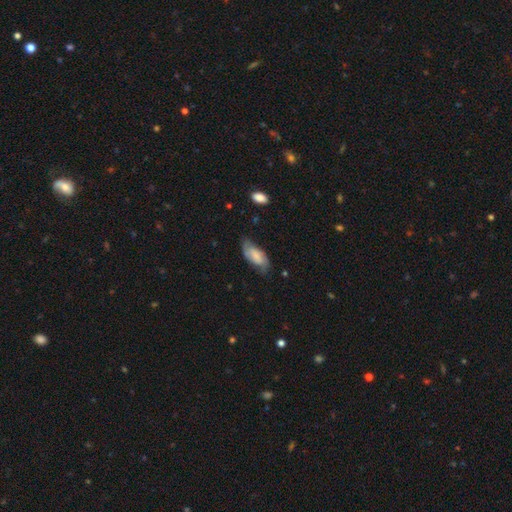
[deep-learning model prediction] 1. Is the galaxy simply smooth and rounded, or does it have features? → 53% smooth, 40% featured or disk, 7% star or artifact.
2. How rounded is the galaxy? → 86% in between, 11% cigar-shaped, 2% round.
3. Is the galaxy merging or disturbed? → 62% none, 28% minor disturbance, 9% major disturbance, 2% merger.